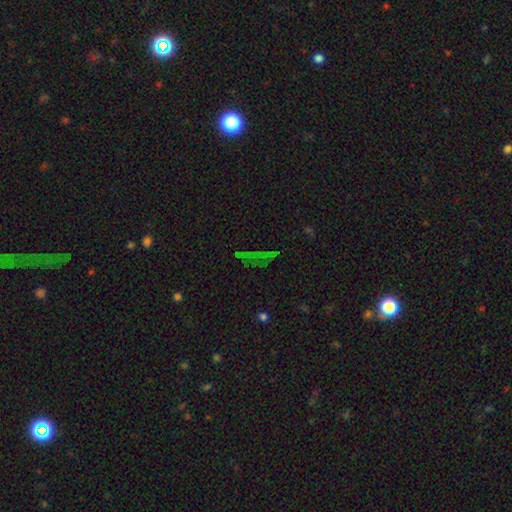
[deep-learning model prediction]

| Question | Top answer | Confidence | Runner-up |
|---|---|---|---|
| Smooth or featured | star or artifact | 62% | smooth (24%) |